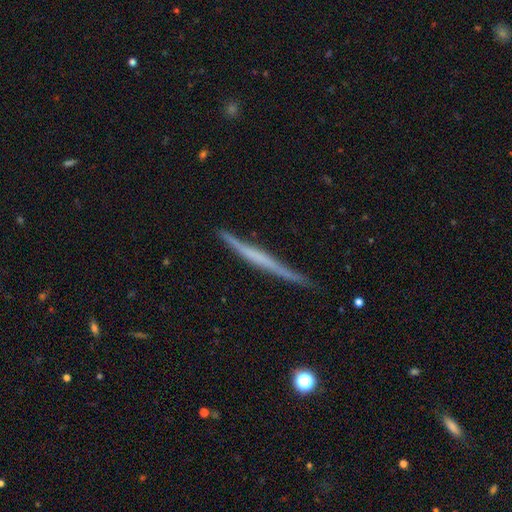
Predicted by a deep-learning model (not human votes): A featured or disk galaxy (63%) viewed edge-on (97%) with no central bulge (76%). Merging: none (86%).